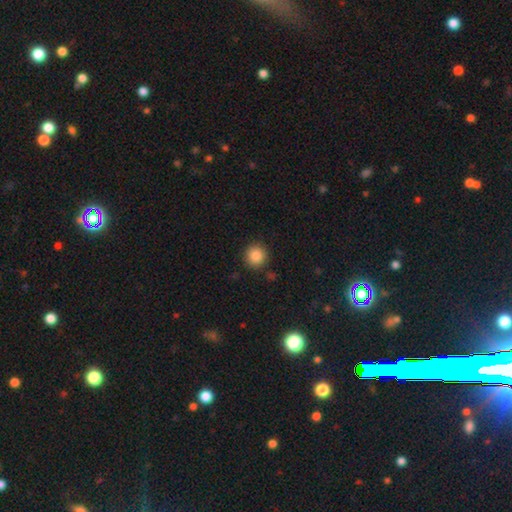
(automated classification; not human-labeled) Q: Smooth or featured?
A: smooth (86%); runner-up: star or artifact (9%)
Q: How rounded?
A: round (94%); runner-up: in between (5%)
Q: Merging?
A: none (89%); runner-up: minor disturbance (7%)